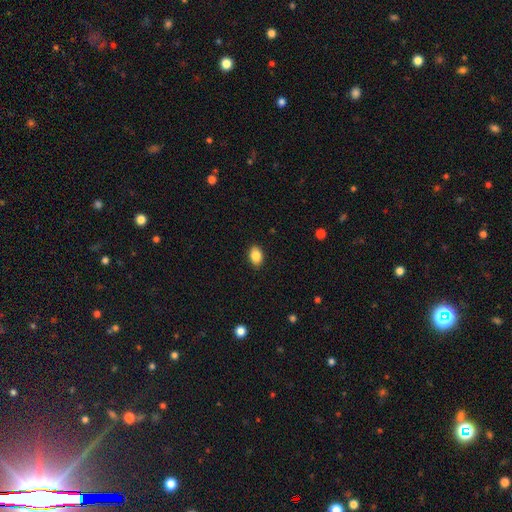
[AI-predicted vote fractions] smooth_or_featured: smooth (p=0.86) [alt: star or artifact p=0.08]
how_rounded: in between (p=0.80) [alt: round p=0.18]
merging: none (p=0.89) [alt: minor disturbance p=0.08]